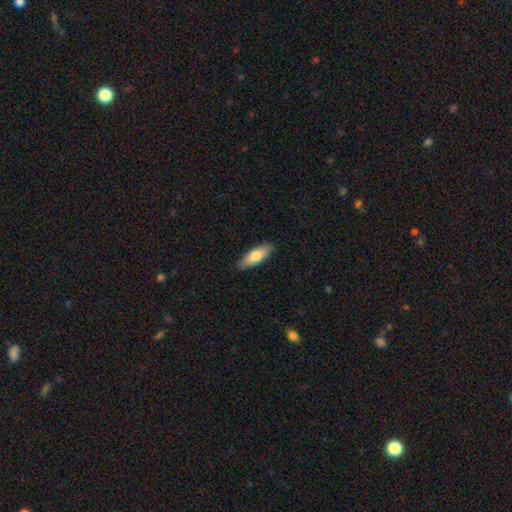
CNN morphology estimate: smooth_or_featured: smooth (p=0.73) [alt: featured or disk p=0.22]
how_rounded: in between (p=0.62) [alt: cigar-shaped p=0.36]
merging: none (p=0.87) [alt: minor disturbance p=0.10]